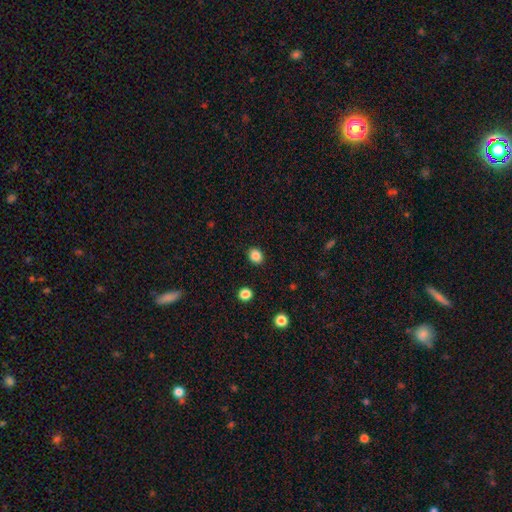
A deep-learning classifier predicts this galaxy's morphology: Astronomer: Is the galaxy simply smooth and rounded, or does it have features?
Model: smooth — 86%.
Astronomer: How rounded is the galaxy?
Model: round — 57% (runner-up: in between, 42%).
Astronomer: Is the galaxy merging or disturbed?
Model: none — 89%.